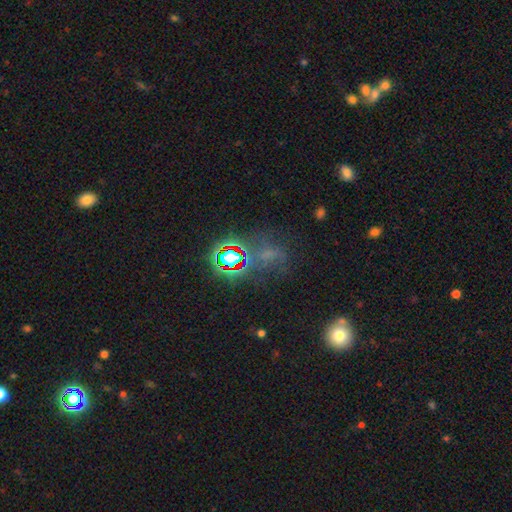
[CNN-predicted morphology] A star or artifact, not a galaxy (52%).

Vote fractions:
- Smooth or featured? star or artifact: 52% / smooth: 31% / featured or disk: 17%